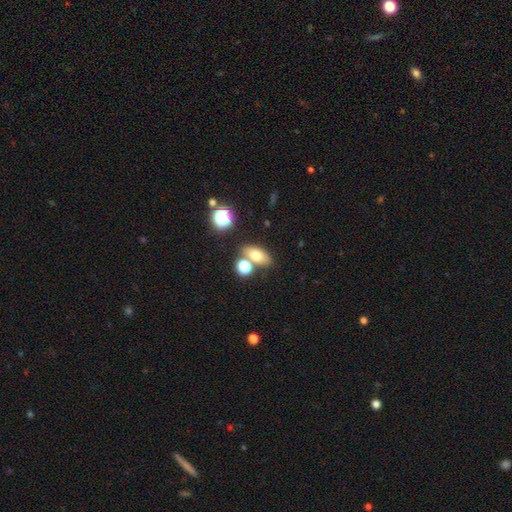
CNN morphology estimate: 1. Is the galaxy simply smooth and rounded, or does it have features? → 70% smooth, 16% featured or disk, 14% star or artifact.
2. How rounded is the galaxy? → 74% in between, 19% round, 7% cigar-shaped.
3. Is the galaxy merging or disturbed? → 65% none, 21% merger, 11% minor disturbance, 4% major disturbance.